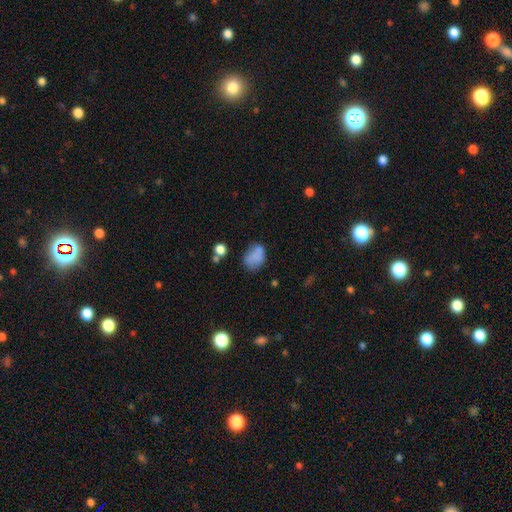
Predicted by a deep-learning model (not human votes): The model was most divided on "merging": none: 48%, minor disturbance: 28%, major disturbance: 14%, merger: 10%. More confident: smooth or featured — smooth (76%); how rounded — in between (70%).